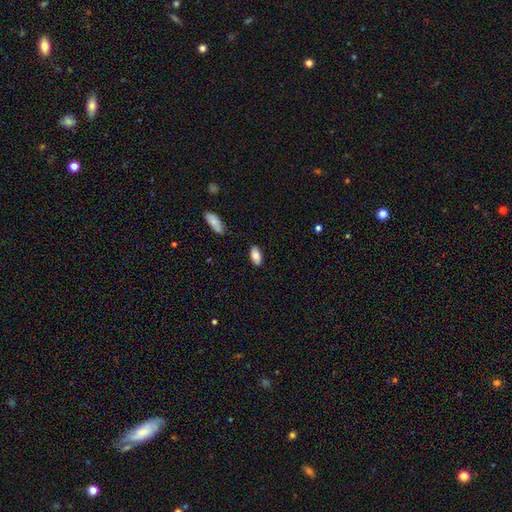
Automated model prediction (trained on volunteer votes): Overall: smooth (80%). How rounded: in between (91%). Merging: none (85%).